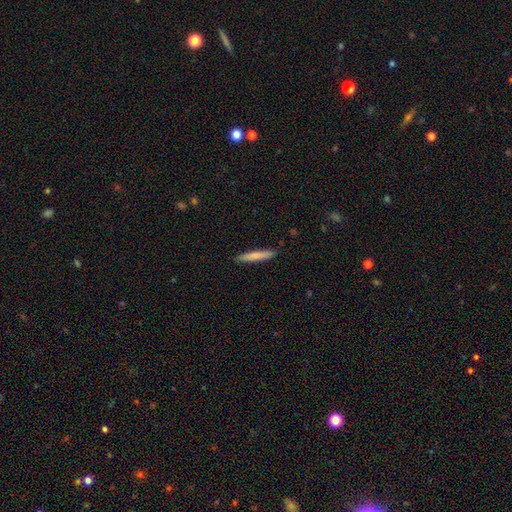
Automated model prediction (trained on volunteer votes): The model was most divided on "smooth or featured": smooth: 78%, featured or disk: 17%, star or artifact: 6%. More confident: how rounded — cigar-shaped (94%); merging — none (90%).